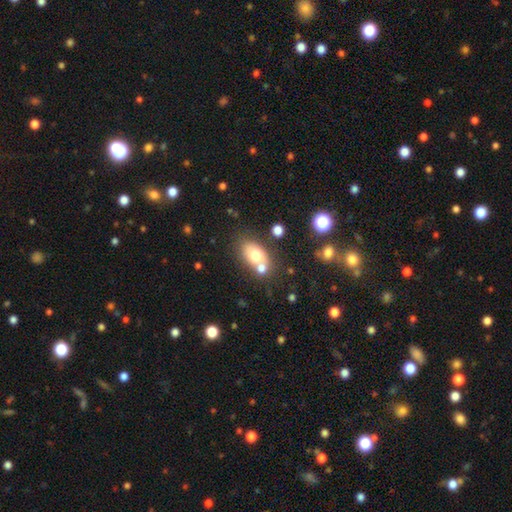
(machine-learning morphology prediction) Overall: smooth (71%). How rounded: in between (78%). Merging: none (49%; merger 34%).